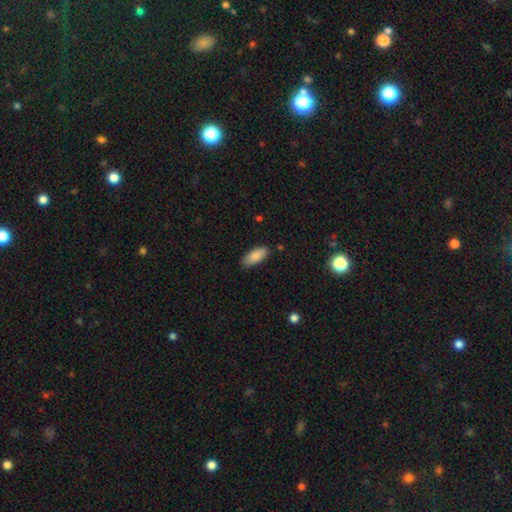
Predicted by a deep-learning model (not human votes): Smooth or featured? Predicted: smooth (p=0.86). How rounded? Predicted: in between (p=0.86). Merging? Predicted: none (p=0.84).